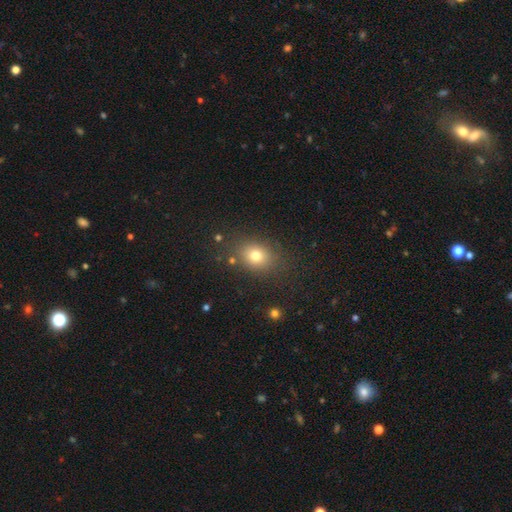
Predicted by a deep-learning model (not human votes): Smooth or featured: smooth — 76% (star or artifact — 14%)
How rounded: in between — 51% (round — 48%)
Merging: none — 80% (minor disturbance — 12%)